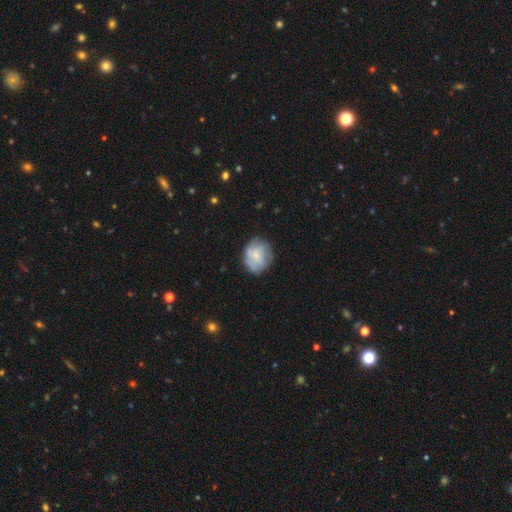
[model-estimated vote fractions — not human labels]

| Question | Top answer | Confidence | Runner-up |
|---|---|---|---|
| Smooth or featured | smooth | 47% | featured or disk (45%) |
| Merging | none | 68% | minor disturbance (22%) |